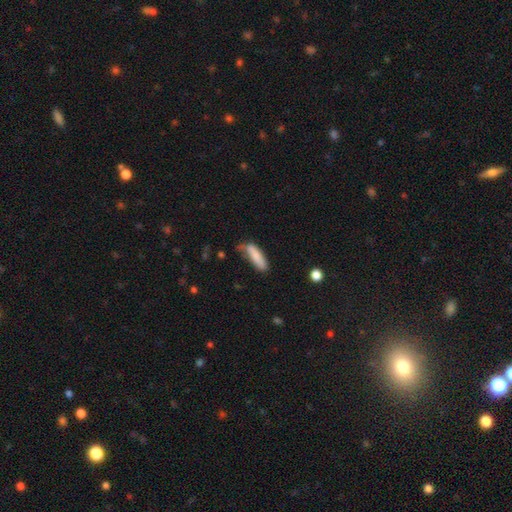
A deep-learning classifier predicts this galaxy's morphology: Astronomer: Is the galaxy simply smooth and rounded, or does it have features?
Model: smooth — 81%.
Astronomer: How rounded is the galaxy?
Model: cigar-shaped — 61% (runner-up: in between, 38%).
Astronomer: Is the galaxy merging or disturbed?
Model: none — 51% (runner-up: minor disturbance, 32%).